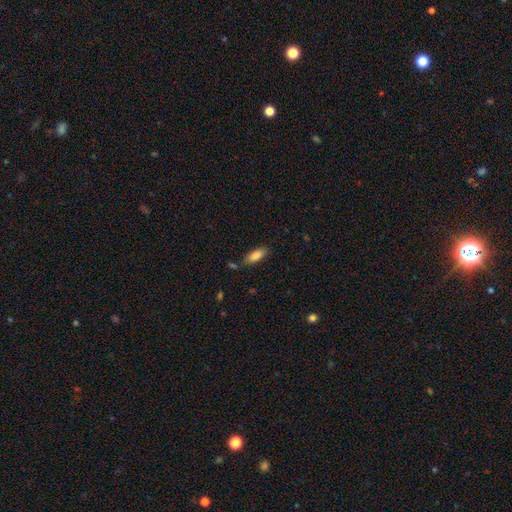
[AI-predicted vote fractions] Overall: smooth (83%). How rounded: in between (75%). Merging: none (72%).